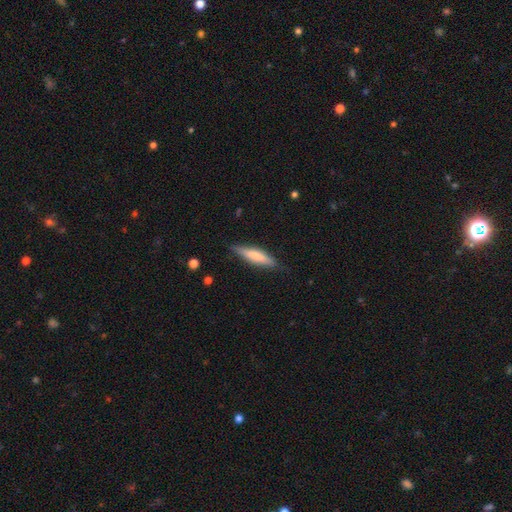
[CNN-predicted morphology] smooth 69%, featured or disk 25%, star or artifact 6%. Down the decision tree: how rounded — cigar-shaped (77%); merging — none (81%).